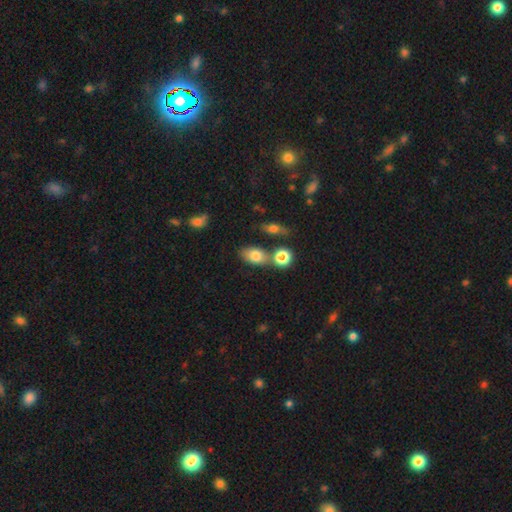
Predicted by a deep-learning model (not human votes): Overall: smooth (77%). How rounded: in between (83%). Merging: none (59%; merger 23%).